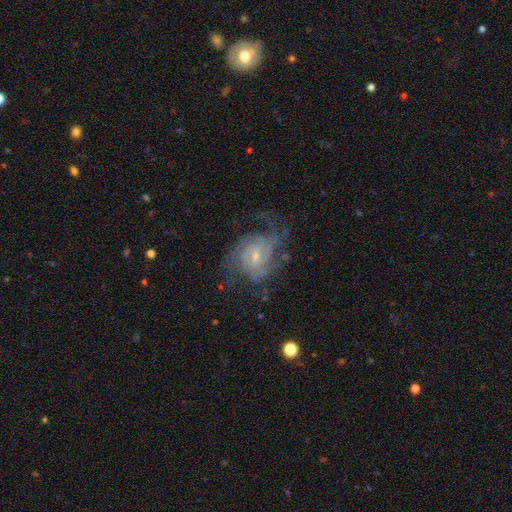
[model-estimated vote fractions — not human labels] Q: Smooth or featured?
A: featured or disk (83%); runner-up: smooth (9%)
Q: Edge-on disk?
A: no (97%); runner-up: yes (3%)
Q: Bar?
A: no (49%); runner-up: weak (43%)
Q: Spiral arms?
A: yes (93%); runner-up: no (7%)
Q: Spiral winding?
A: tight (46%); runner-up: medium (40%)
Q: Spiral arm count?
A: can't tell (33%); runner-up: 2 (25%)
Q: Bulge size?
A: small (69%); runner-up: moderate (25%)
Q: Merging?
A: none (60%); runner-up: minor disturbance (19%)